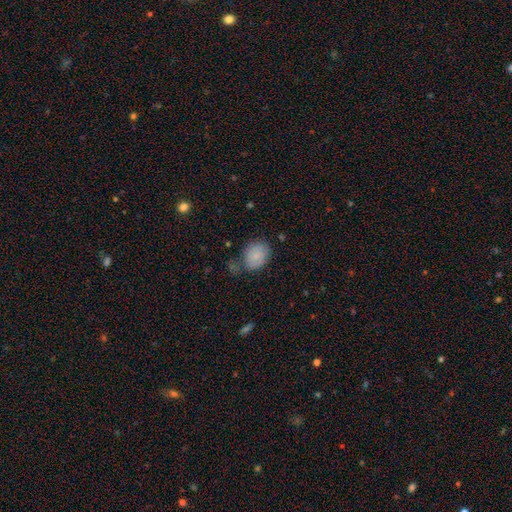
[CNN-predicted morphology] Q: Smooth or featured?
A: smooth (76%); runner-up: featured or disk (16%)
Q: How rounded?
A: in between (58%); runner-up: round (41%)
Q: Merging?
A: none (57%); runner-up: minor disturbance (26%)